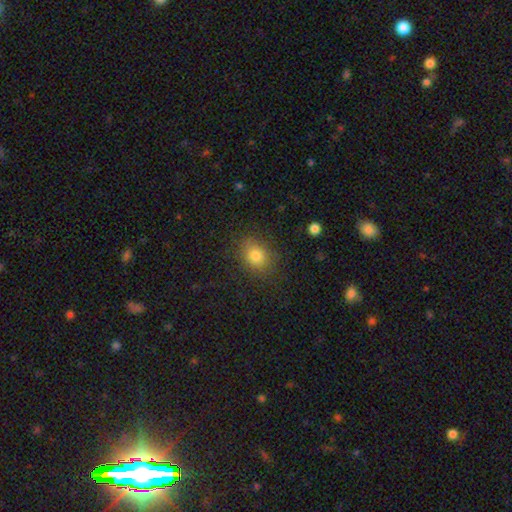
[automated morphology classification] A smooth galaxy with no disk features (81%) that is round (55%).

Vote fractions:
- Smooth or featured? smooth: 81% / star or artifact: 11% / featured or disk: 8%
- How rounded? round: 55% / in between: 44% / cigar-shaped: 1%
- Merging? none: 83% / minor disturbance: 11% / major disturbance: 4% / merger: 1%